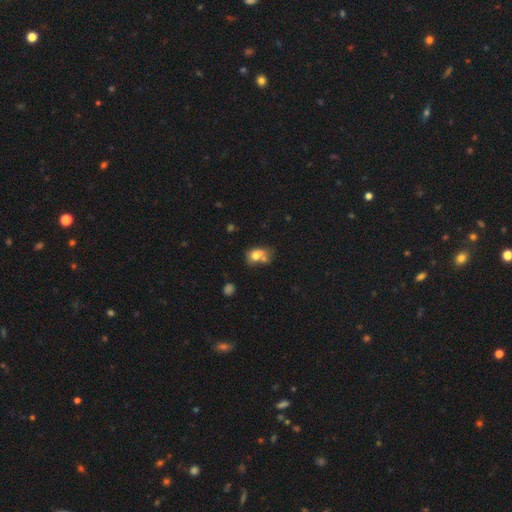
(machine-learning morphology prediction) Smooth or featured?
  - smooth: 72% *
  - featured or disk: 17%
  - star or artifact: 11%
How rounded?
  - in between: 71% *
  - round: 27%
  - cigar-shaped: 2%
Merging?
  - merger: 42% *
  - none: 33%
  - minor disturbance: 17%
  - major disturbance: 9%